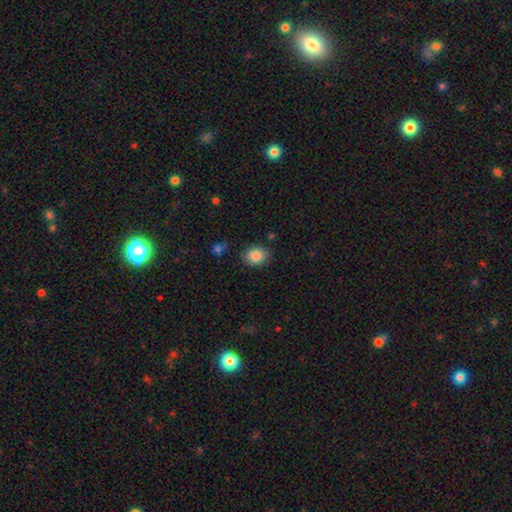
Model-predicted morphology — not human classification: Smooth or featured? smooth (85%)
How rounded? in between (56%)
Merging? none (82%)